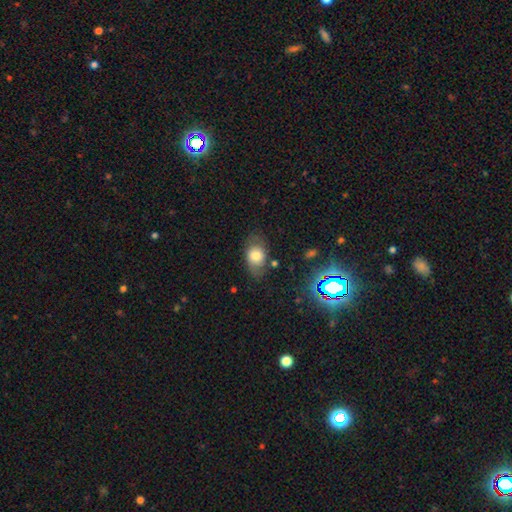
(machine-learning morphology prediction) smooth-or-featured: smooth: 69% | featured or disk: 20% | star or artifact: 11%
  how-rounded: in between: 75% | round: 23% | cigar-shaped: 2%
  merging: none: 69% | minor disturbance: 21% | major disturbance: 8% | merger: 3%